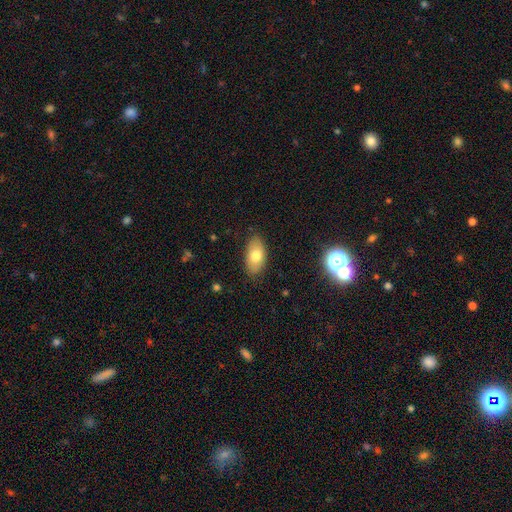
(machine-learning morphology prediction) Q: Smooth or featured?
A: smooth (75%); runner-up: featured or disk (17%)
Q: How rounded?
A: in between (92%); runner-up: round (5%)
Q: Merging?
A: none (85%); runner-up: minor disturbance (11%)